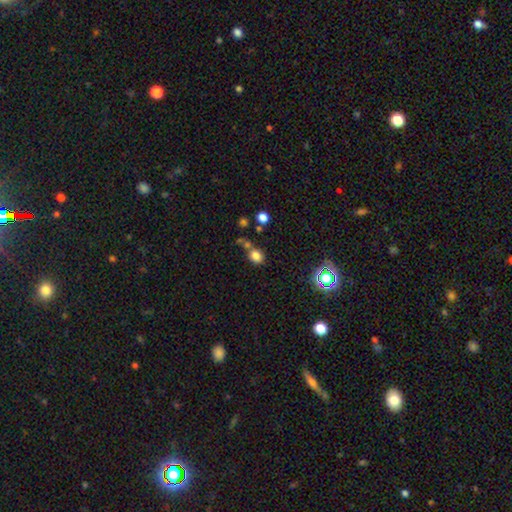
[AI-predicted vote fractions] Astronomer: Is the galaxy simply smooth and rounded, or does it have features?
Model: smooth — 78%.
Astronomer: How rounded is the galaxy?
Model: round — 61% (runner-up: in between, 38%).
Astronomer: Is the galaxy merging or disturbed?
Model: none — 58%.